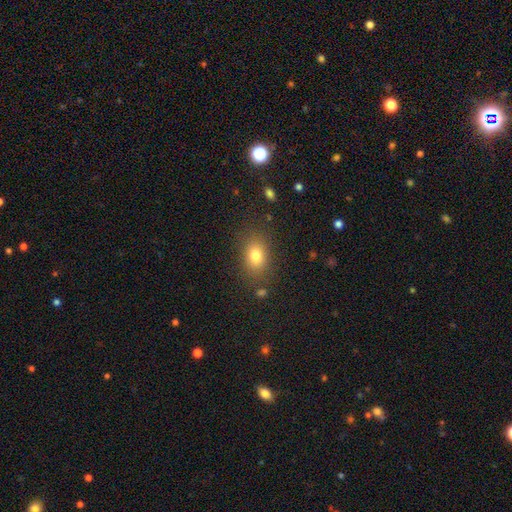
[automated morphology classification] The model was most divided on "how rounded": in between: 70%, round: 28%, cigar-shaped: 1%. More confident: merging — none (82%); smooth or featured — smooth (78%).